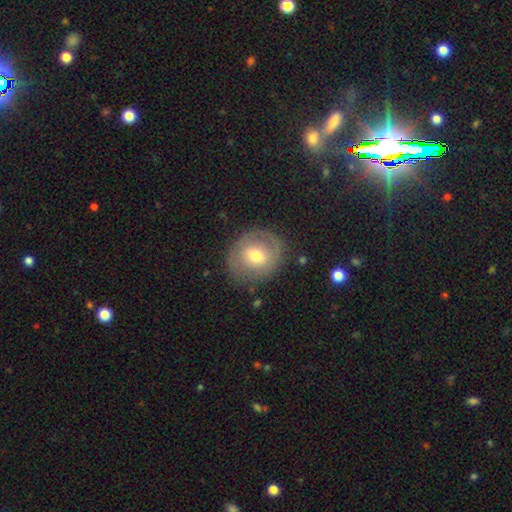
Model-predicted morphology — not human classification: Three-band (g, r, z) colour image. It shows a smooth galaxy with no disk features (52%) that is round (78%). Merging: none (78%).